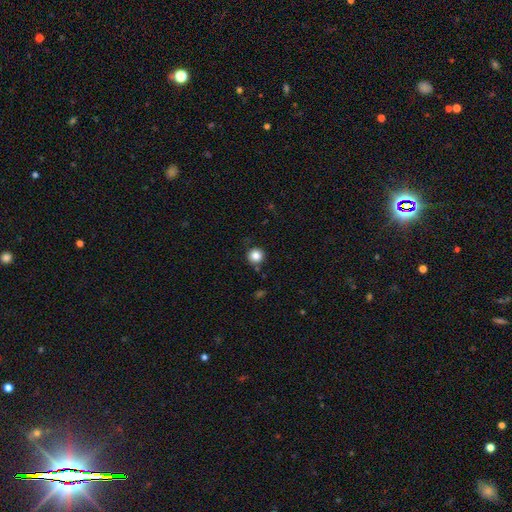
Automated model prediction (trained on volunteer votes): smooth_or_featured: smooth (p=0.84) [alt: star or artifact p=0.11]
how_rounded: round (p=0.95) [alt: in between p=0.04]
merging: none (p=0.88) [alt: minor disturbance p=0.07]